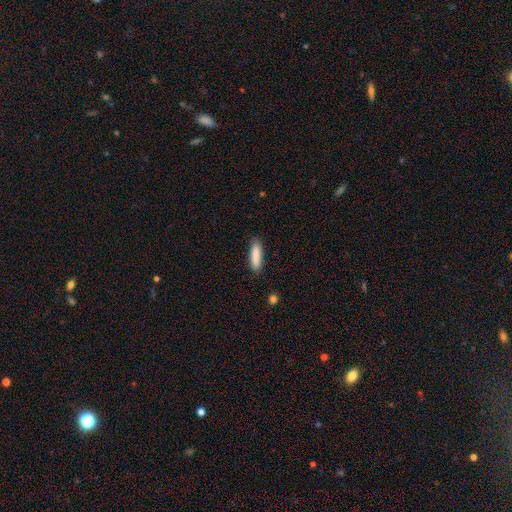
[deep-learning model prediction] smooth_or_featured: smooth (p=0.87) [alt: featured or disk p=0.06]
how_rounded: cigar-shaped (p=0.65) [alt: in between p=0.34]
merging: none (p=0.86) [alt: minor disturbance p=0.10]